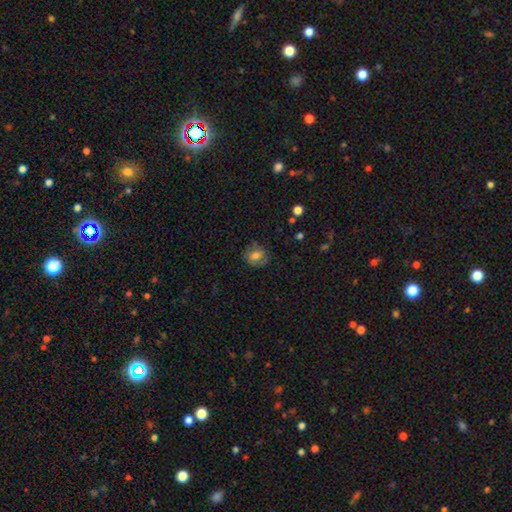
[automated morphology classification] The model was most divided on "how rounded": round: 68%, in between: 30%, cigar-shaped: 1%. More confident: merging — none (74%); smooth or featured — smooth (68%).